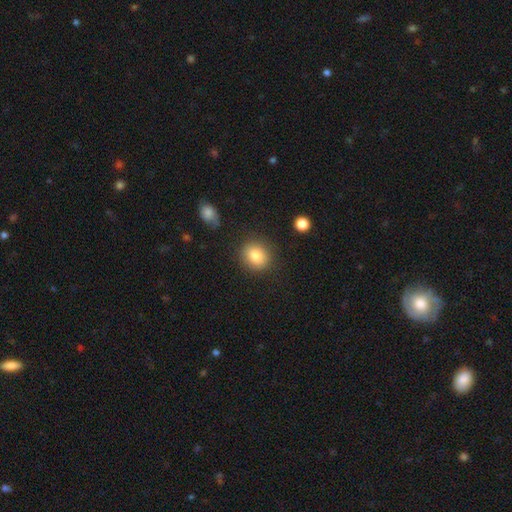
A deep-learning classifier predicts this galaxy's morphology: type=smooth (83%); roundness=round (77%); merging=none (86%).